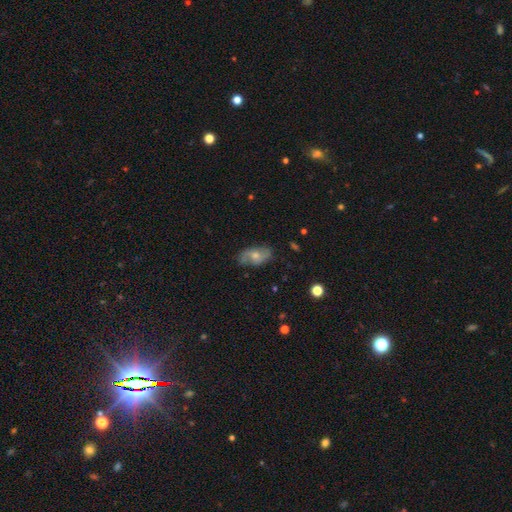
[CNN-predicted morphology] Q: Smooth or featured?
A: featured or disk (47%); runner-up: smooth (45%)
Q: Merging?
A: none (71%); runner-up: minor disturbance (21%)